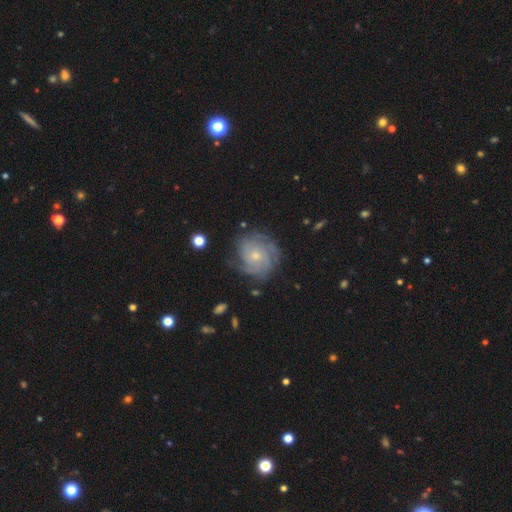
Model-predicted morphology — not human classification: A featured or disk galaxy (75%) with no bar (80%), tight (61%) spiral arms (92%) and a small central bulge (66%). Merging: none (71%).